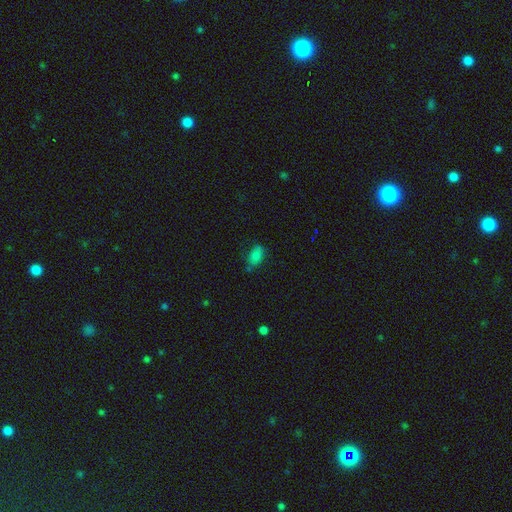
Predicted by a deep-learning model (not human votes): smooth-or-featured: smooth: 78% | star or artifact: 13% | featured or disk: 9%
  how-rounded: in between: 87% | round: 10% | cigar-shaped: 3%
  merging: none: 62% | minor disturbance: 25% | major disturbance: 6% | merger: 6%